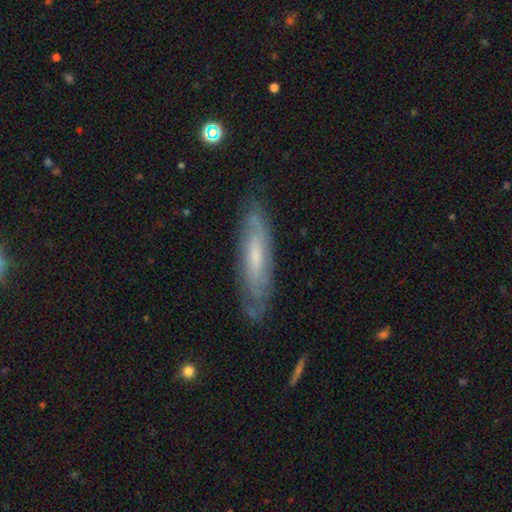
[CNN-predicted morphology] This appears to be a featured or disk galaxy (58%). Merging: none (77%).